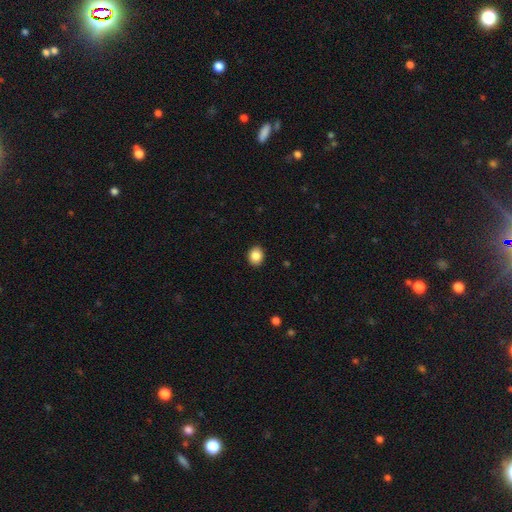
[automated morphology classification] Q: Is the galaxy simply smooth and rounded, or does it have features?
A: smooth — 86%.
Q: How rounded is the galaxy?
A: round — 59%.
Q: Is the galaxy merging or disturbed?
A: none — 91%.